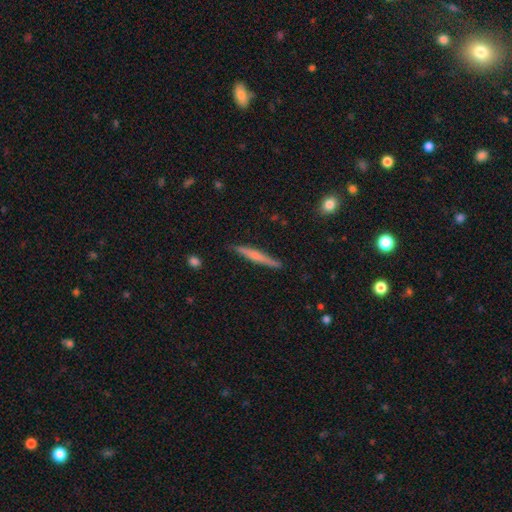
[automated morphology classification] This is possibly a smooth galaxy (50%). Merging: clearly none (87%).